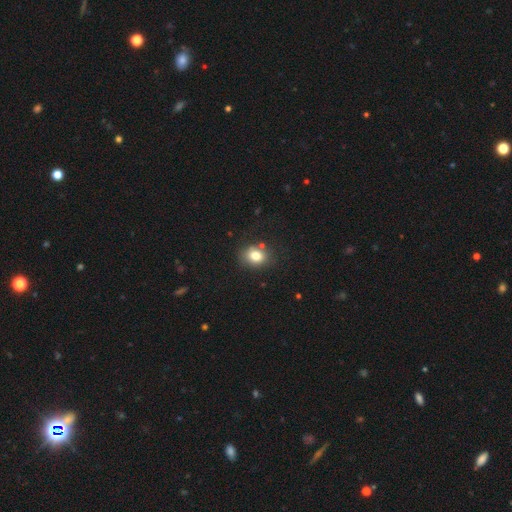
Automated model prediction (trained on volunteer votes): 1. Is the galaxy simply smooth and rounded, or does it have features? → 80% smooth, 11% star or artifact, 9% featured or disk.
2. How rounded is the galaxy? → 52% round, 47% in between, 1% cigar-shaped.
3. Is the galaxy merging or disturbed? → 77% none, 14% minor disturbance, 5% merger, 4% major disturbance.